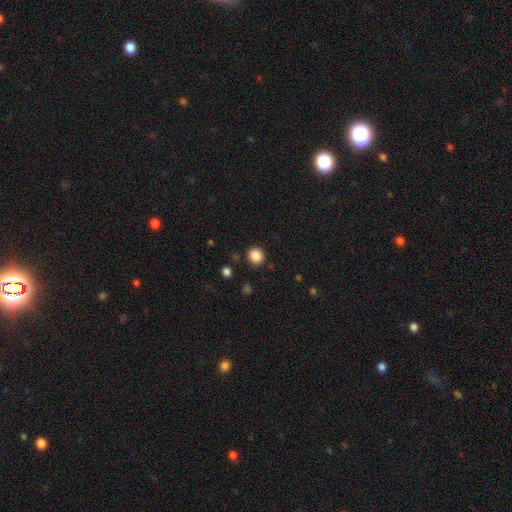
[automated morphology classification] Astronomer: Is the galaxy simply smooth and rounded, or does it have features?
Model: smooth — 87%.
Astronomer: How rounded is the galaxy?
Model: round — 87%.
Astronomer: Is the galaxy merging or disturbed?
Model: none — 88%.